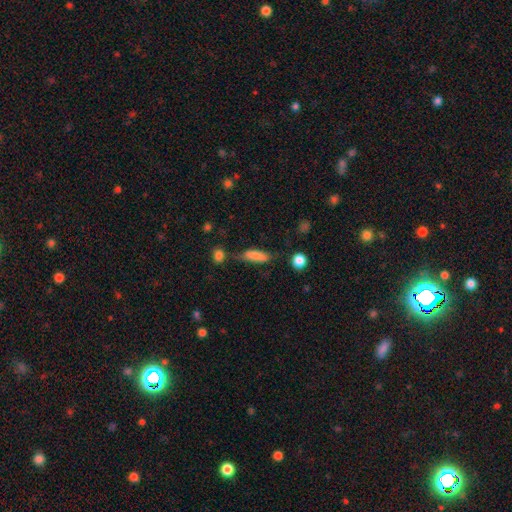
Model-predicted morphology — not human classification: type=smooth (80%); roundness=cigar-shaped (55%); merging=none (57%).